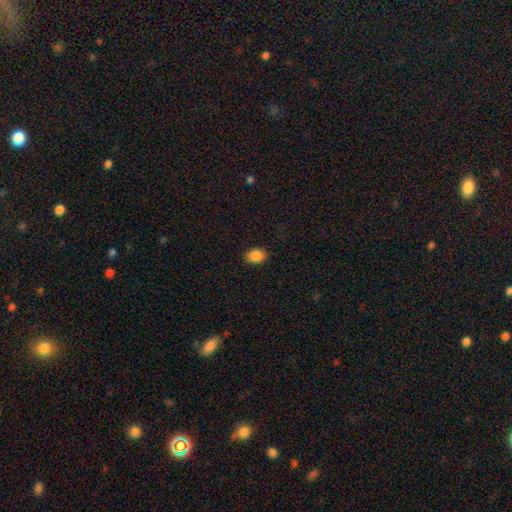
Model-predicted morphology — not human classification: This is clearly a smooth galaxy (88%). How rounded: likely in between (74%). Merging: clearly none (89%).